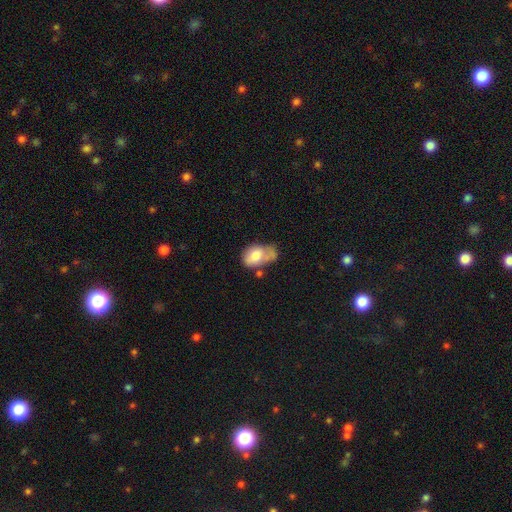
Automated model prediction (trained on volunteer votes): Morphology: type=smooth (69%); roundness=in between (83%); merging=minor disturbance (31%).